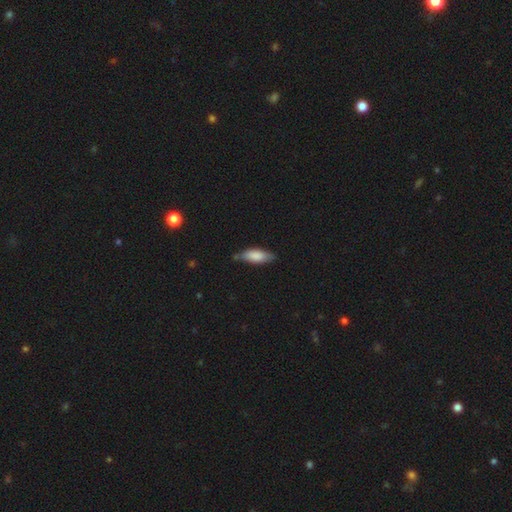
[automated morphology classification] Smooth or featured? Predicted: smooth (p=0.79). How rounded? Predicted: in between (p=0.68). Merging? Predicted: none (p=0.67).